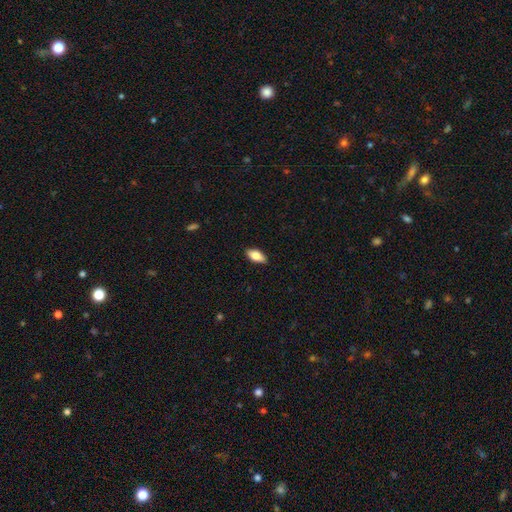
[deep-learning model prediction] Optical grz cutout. It shows a smooth galaxy with no disk features (72%) that is in between round and cigar-shaped (84%). Merging: none (87%).